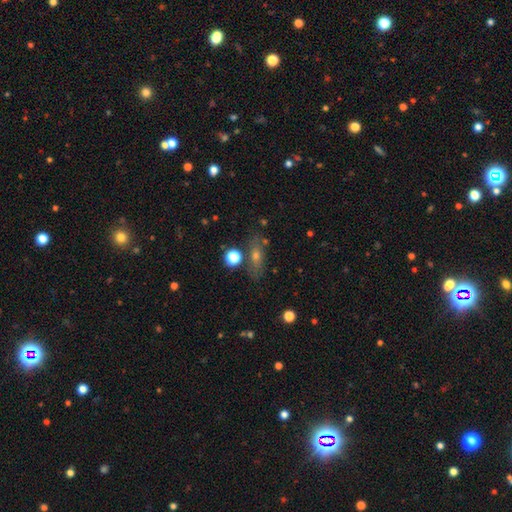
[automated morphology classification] This is possibly a smooth galaxy (51%). How rounded: possibly in between (53%). Merging: likely none (75%).